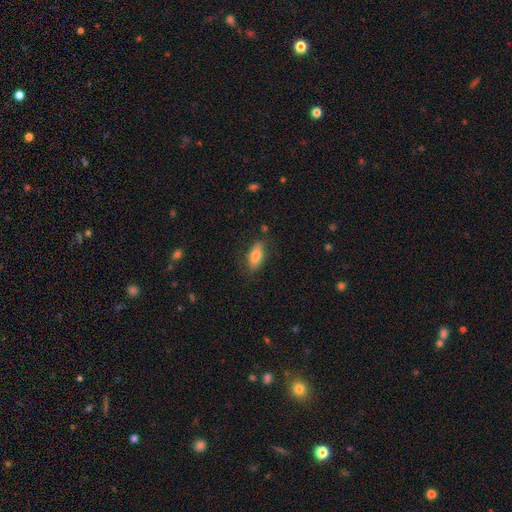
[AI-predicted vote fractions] This appears to be a smooth galaxy with no disk features (78%) that is in between round and cigar-shaped (80%). Merging: none (78%).